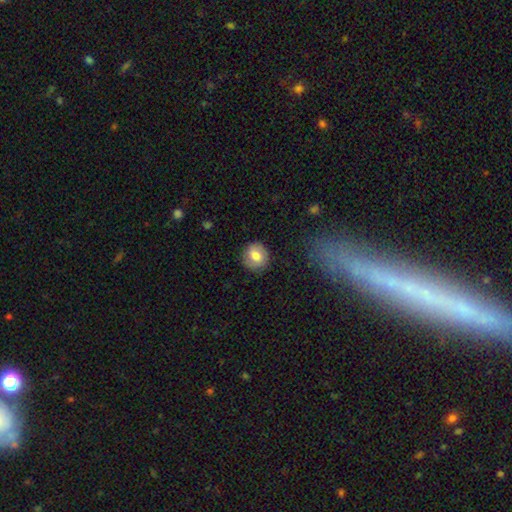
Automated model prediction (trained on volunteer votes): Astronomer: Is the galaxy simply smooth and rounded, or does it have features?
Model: smooth — 72%.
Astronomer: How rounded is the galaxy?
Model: round — 82%.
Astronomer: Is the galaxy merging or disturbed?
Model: none — 83%.